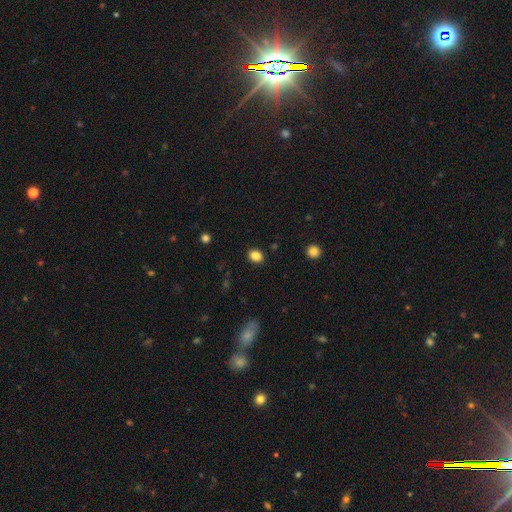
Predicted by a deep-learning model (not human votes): Q: Smooth or featured?
A: smooth (85%); runner-up: star or artifact (10%)
Q: How rounded?
A: in between (57%); runner-up: round (42%)
Q: Merging?
A: none (88%); runner-up: minor disturbance (8%)